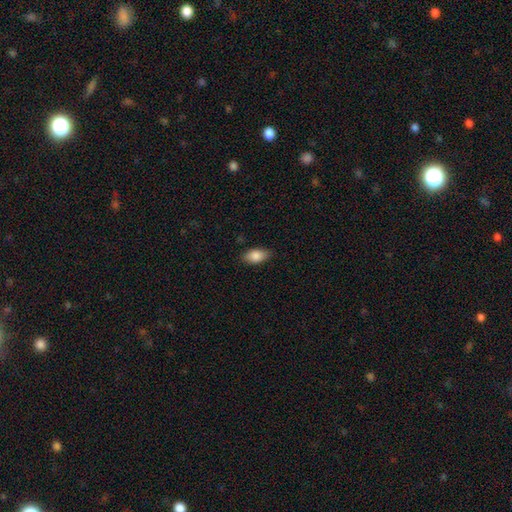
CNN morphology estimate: type=smooth (85%); roundness=in between (90%); merging=none (84%).